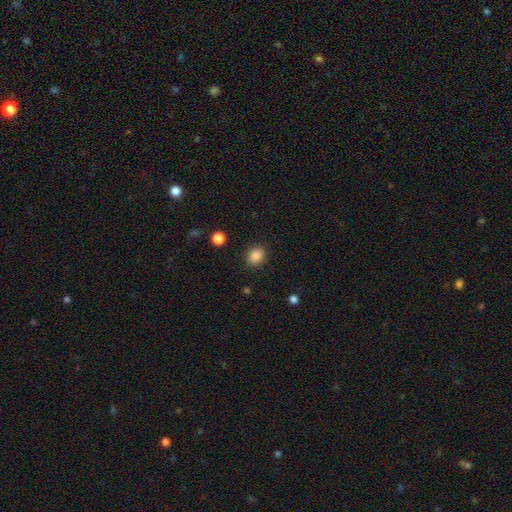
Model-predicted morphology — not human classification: This appears to be a smooth galaxy with no disk features (87%) that is round (61%). Merging: none (88%).